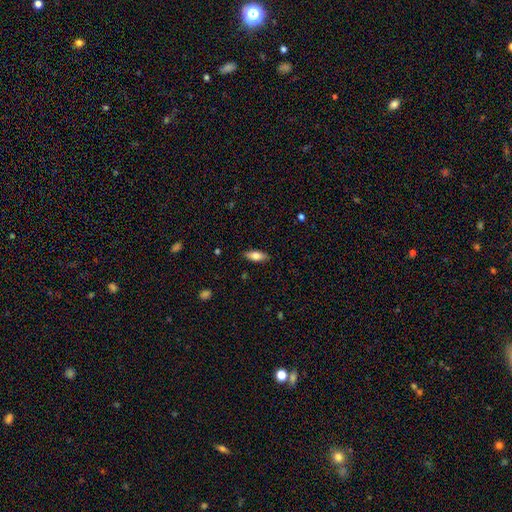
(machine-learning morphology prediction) Q: Smooth or featured?
A: smooth (76%); runner-up: featured or disk (18%)
Q: How rounded?
A: in between (73%); runner-up: cigar-shaped (25%)
Q: Merging?
A: none (87%); runner-up: minor disturbance (10%)